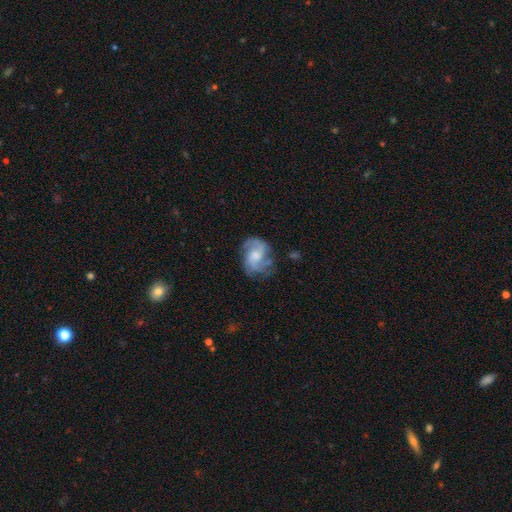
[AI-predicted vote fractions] This appears to be a featured or disk galaxy (71%) with no bar (57%), 2 (41%) medium (47%) spiral arms (90%) and a moderate central bulge (44%). Merging: none (62%).